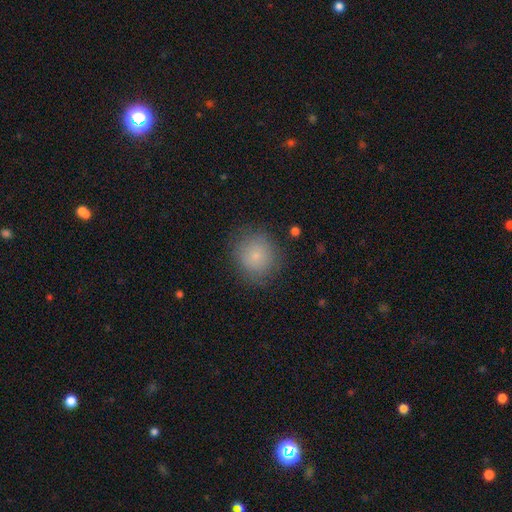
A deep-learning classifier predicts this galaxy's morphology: The model was most divided on "smooth or featured": smooth: 81%, star or artifact: 10%, featured or disk: 9%. More confident: how rounded — round (88%); merging — none (83%).